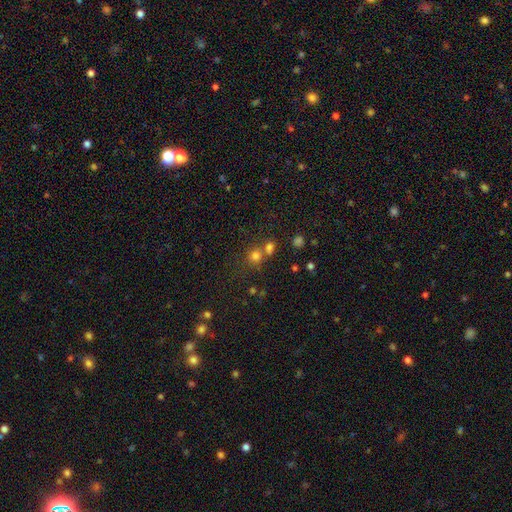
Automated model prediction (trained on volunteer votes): Q: Smooth or featured?
A: smooth (69%); runner-up: star or artifact (22%)
Q: How rounded?
A: round (85%); runner-up: in between (14%)
Q: Merging?
A: none (55%); runner-up: merger (35%)